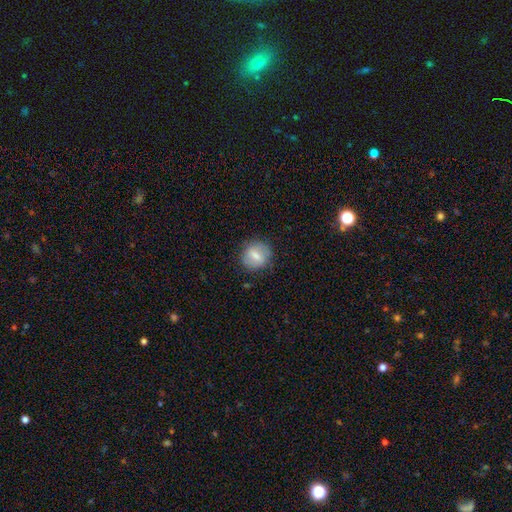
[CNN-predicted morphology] A smooth galaxy with no disk features (59%) that is round (77%). Merging: none (81%).